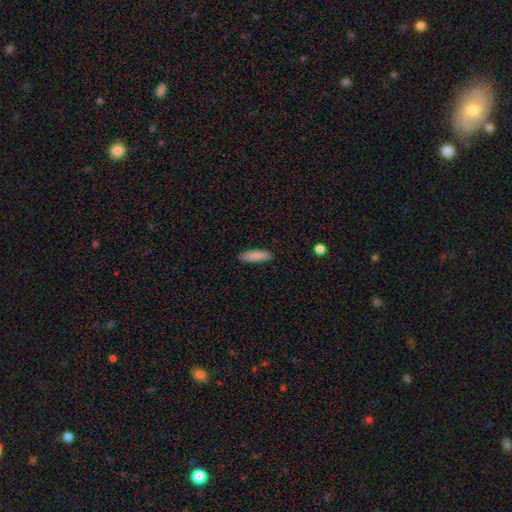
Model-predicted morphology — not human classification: smooth 87%, star or artifact 7%, featured or disk 6%. Down the decision tree: how rounded — cigar-shaped (56%); merging — none (86%).